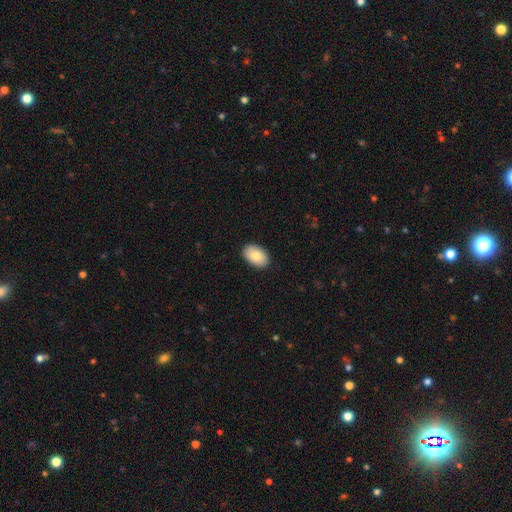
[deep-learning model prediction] This appears to be a smooth galaxy with no disk features (83%) that is in between round and cigar-shaped (92%). Merging: none (90%).